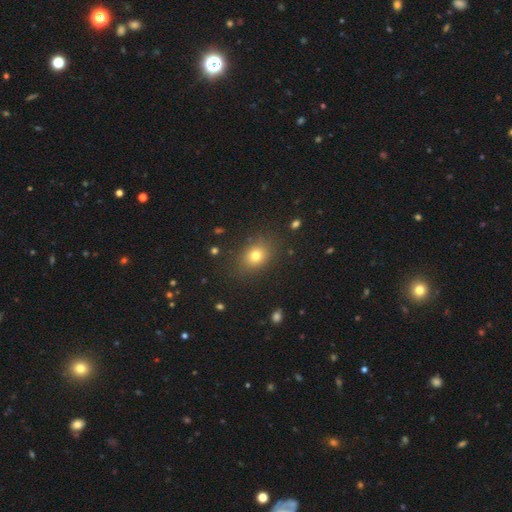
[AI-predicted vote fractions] Morphology: type=smooth (77%); roundness=in between (50%); merging=none (84%).